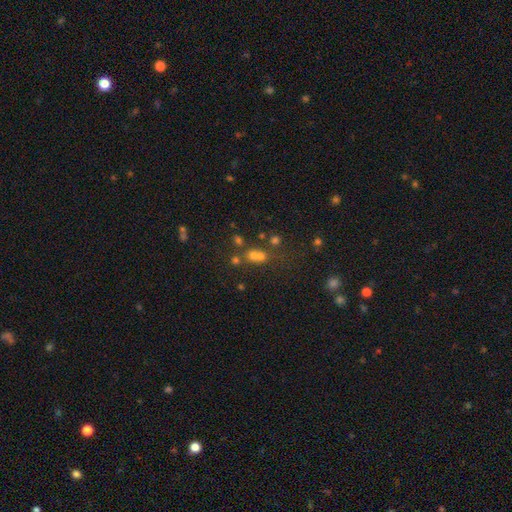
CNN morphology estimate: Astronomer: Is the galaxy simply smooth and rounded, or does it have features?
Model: smooth — 48% (runner-up: star or artifact, 34%).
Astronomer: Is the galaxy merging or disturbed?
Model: merger — 44% (runner-up: none, 42%).